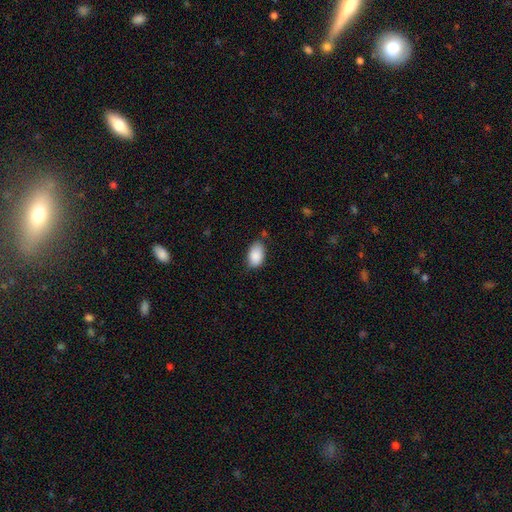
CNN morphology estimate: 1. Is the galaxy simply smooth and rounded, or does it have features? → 89% smooth, 7% star or artifact, 4% featured or disk.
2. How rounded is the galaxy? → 92% in between, 7% round, 1% cigar-shaped.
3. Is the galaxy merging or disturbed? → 68% none, 25% minor disturbance, 4% major disturbance, 3% merger.